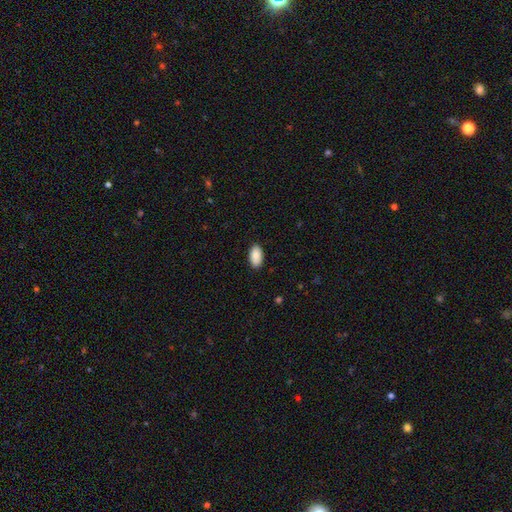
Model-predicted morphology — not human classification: Smooth or featured? Predicted: smooth (p=0.89). How rounded? Predicted: in between (p=0.95). Merging? Predicted: none (p=0.89).